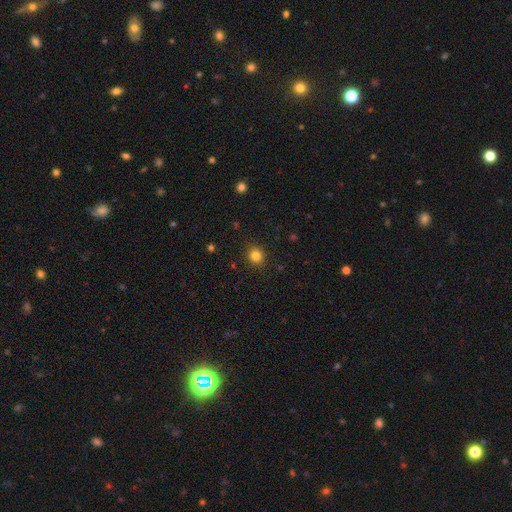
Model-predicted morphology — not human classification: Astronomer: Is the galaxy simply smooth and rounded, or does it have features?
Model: smooth — 82%.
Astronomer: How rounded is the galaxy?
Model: round — 82%.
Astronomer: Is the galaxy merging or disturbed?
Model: none — 90%.